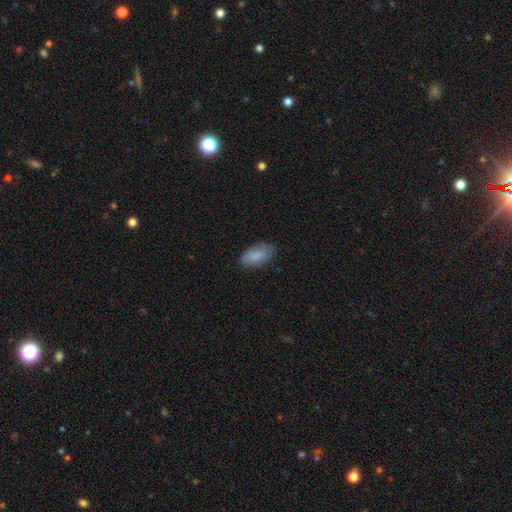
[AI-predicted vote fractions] A smooth galaxy with no disk features (87%) that is in between round and cigar-shaped (92%).

Vote fractions:
- Smooth or featured? smooth: 87% / featured or disk: 7% / star or artifact: 7%
- How rounded? in between: 92% / cigar-shaped: 6% / round: 2%
- Merging? none: 77% / minor disturbance: 18% / major disturbance: 4% / merger: 1%